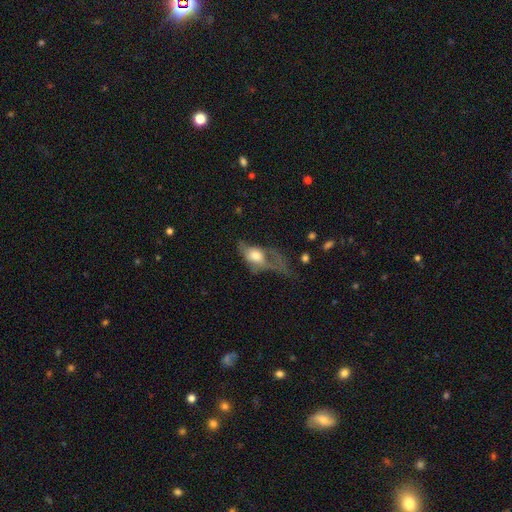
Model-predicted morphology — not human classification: smooth_or_featured: smooth (p=0.55) [alt: featured or disk p=0.37]
how_rounded: in between (p=0.78) [alt: round p=0.17]
merging: major disturbance (p=0.64) [alt: minor disturbance p=0.15]